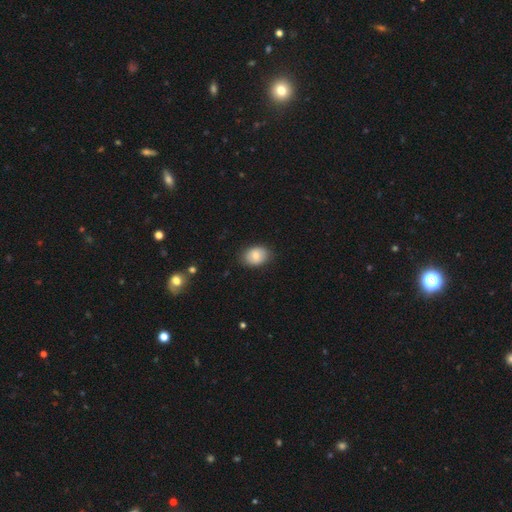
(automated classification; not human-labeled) A smooth galaxy with no disk features (77%) that is in between round and cigar-shaped (68%).

Vote fractions:
- Smooth or featured? smooth: 77% / featured or disk: 15% / star or artifact: 8%
- How rounded? in between: 68% / round: 31% / cigar-shaped: 1%
- Merging? none: 84% / minor disturbance: 12% / major disturbance: 3% / merger: 1%